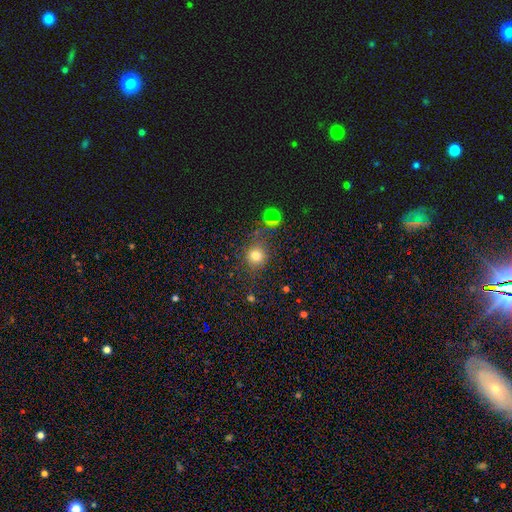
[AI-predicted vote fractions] smooth-or-featured: smooth: 78% | star or artifact: 15% | featured or disk: 6%
  how-rounded: round: 87% | in between: 12% | cigar-shaped: 1%
  merging: none: 77% | minor disturbance: 12% | merger: 6% | major disturbance: 5%